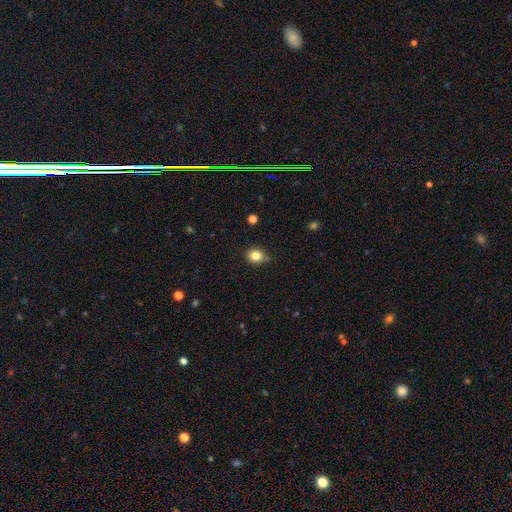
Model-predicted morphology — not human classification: smooth 82%, star or artifact 12%, featured or disk 6%. Down the decision tree: how rounded — round (79%); merging — none (81%).